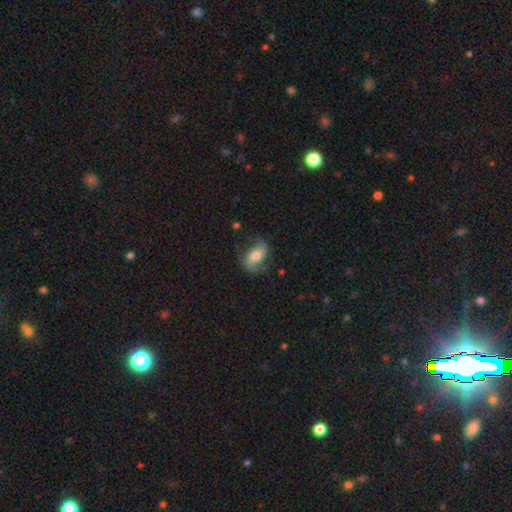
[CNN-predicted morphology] Smooth or featured? featured or disk (68%)
Edge-on disk? no (94%)
Bar? no (41%)
Spiral arms? yes (90%)
Spiral winding? loose (65%)
Spiral arm count? 2 (89%)
Bulge size? moderate (64%)
Merging? none (68%)